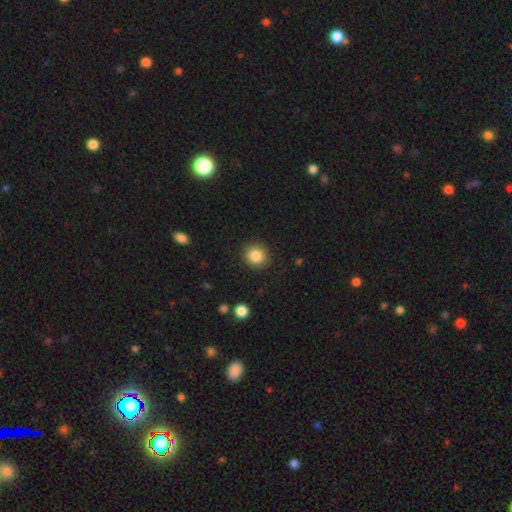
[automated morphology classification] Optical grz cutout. It shows a smooth galaxy with no disk features (86%) that is round (87%). Merging: none (90%).